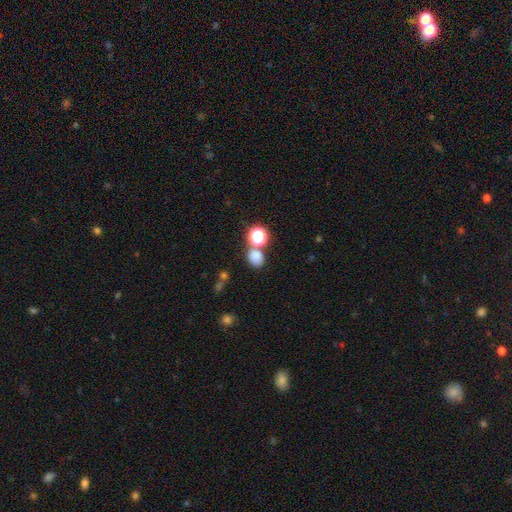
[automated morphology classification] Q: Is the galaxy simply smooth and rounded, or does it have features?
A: smooth — 74%.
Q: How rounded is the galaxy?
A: round — 66%.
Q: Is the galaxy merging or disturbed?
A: none — 62%.